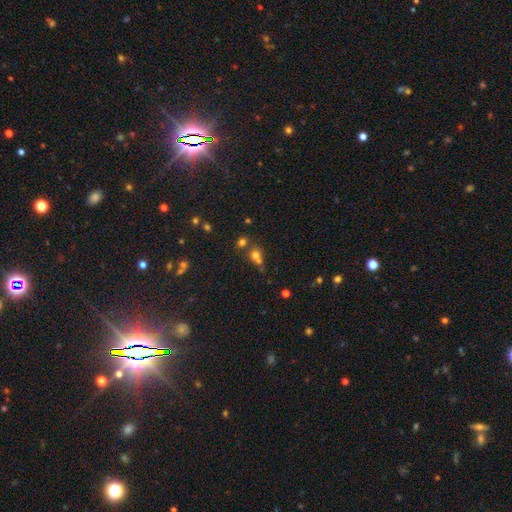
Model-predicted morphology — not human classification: This appears to be a smooth galaxy with no disk features (68%) that is round (80%). Merging: none (45%).